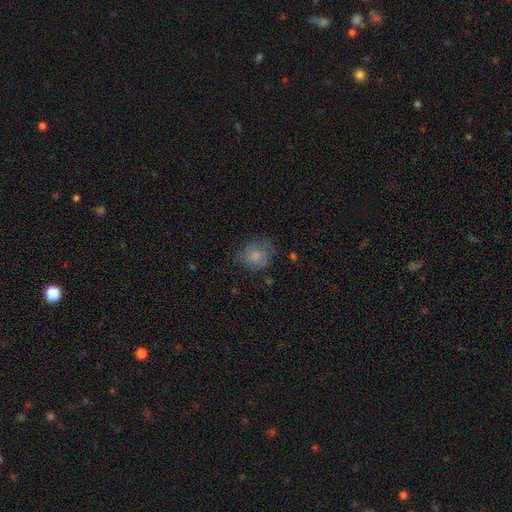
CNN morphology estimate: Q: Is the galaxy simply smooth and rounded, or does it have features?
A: smooth — 69%.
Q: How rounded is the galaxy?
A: round — 66%.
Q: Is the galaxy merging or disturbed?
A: none — 63%.